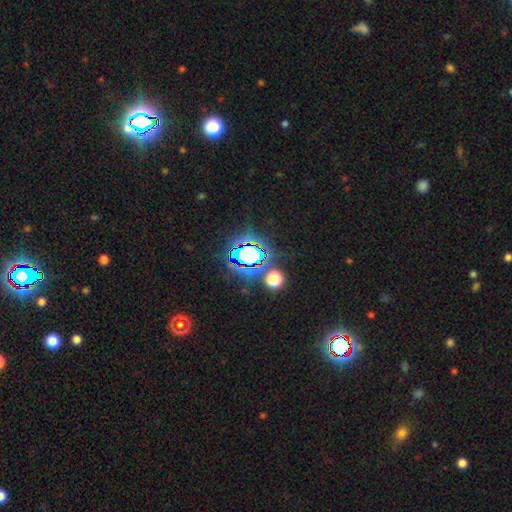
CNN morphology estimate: type=star or artifact (79%).